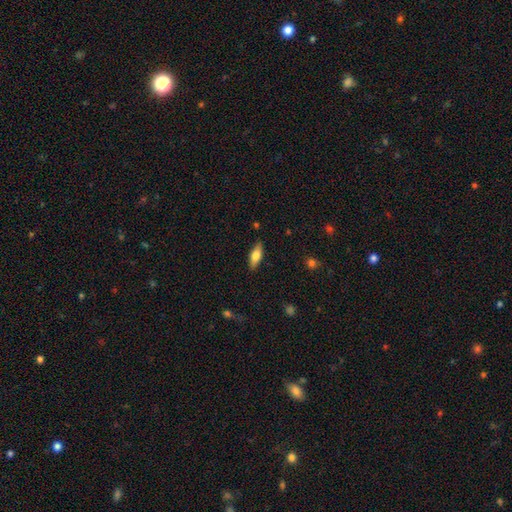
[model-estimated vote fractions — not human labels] smooth 66%, featured or disk 28%, star or artifact 6%. Down the decision tree: how rounded — in between (68%); merging — none (87%).